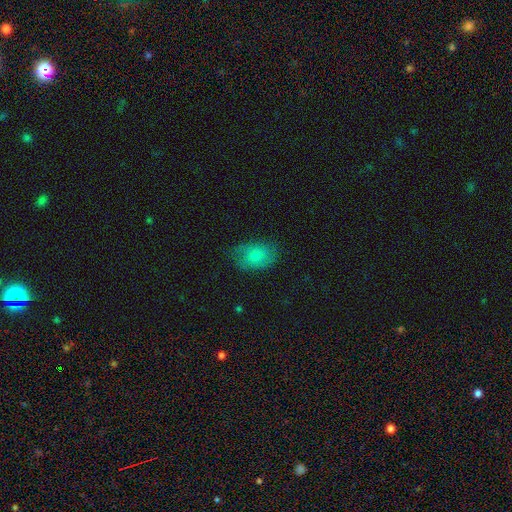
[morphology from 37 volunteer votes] smooth-or-featured: smooth: 73% | featured or disk: 14% | star or artifact: 14%
  how-rounded: in between: 81% | round: 19% | cigar-shaped: 0%
  merging: none: 47% | minor disturbance: 38% | major disturbance: 16% | merger: 0%